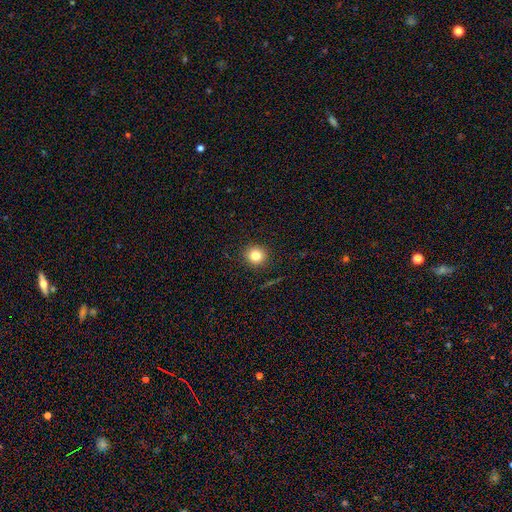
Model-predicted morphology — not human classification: smooth 81%, star or artifact 12%, featured or disk 7%. Down the decision tree: how rounded — round (93%); merging — none (91%).